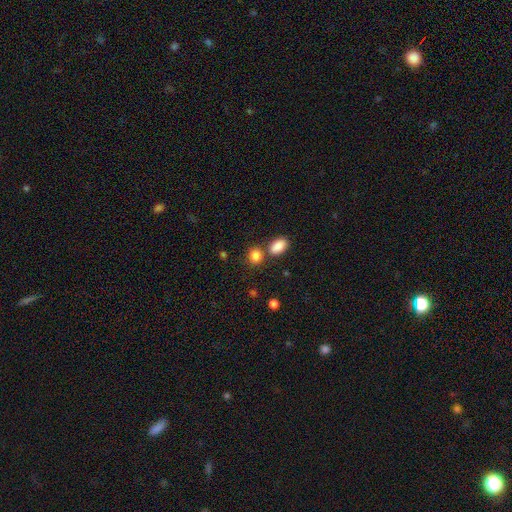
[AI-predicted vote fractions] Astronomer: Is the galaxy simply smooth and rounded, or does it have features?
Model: smooth — 86%.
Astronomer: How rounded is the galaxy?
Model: round — 54% (runner-up: in between, 44%).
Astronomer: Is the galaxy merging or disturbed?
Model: none — 60%.